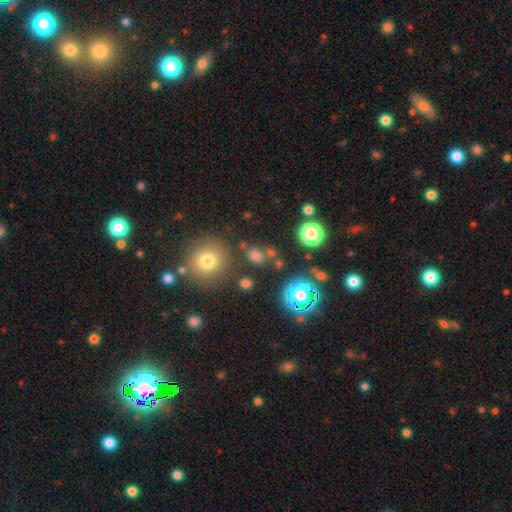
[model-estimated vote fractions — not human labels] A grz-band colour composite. It shows a smooth galaxy with no disk features (66%) that is round (61%). Merging: none (70%).